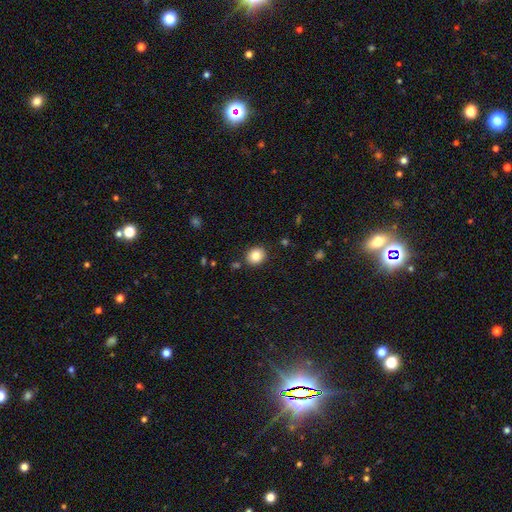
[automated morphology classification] Overall: smooth (83%). How rounded: round (71%). Merging: none (88%).